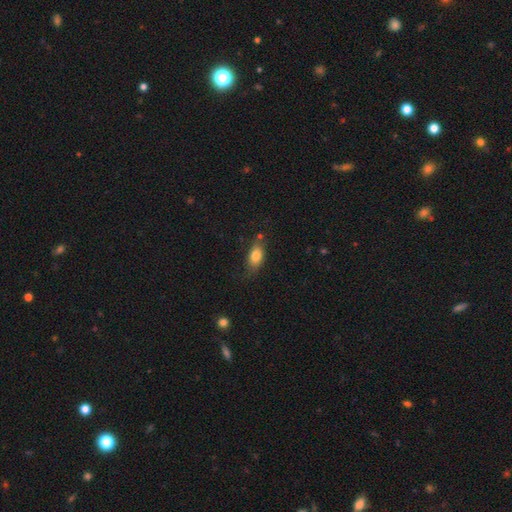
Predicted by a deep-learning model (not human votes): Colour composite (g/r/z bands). It shows a smooth galaxy with no disk features (80%) that is in between round and cigar-shaped (85%). Merging: none (65%).